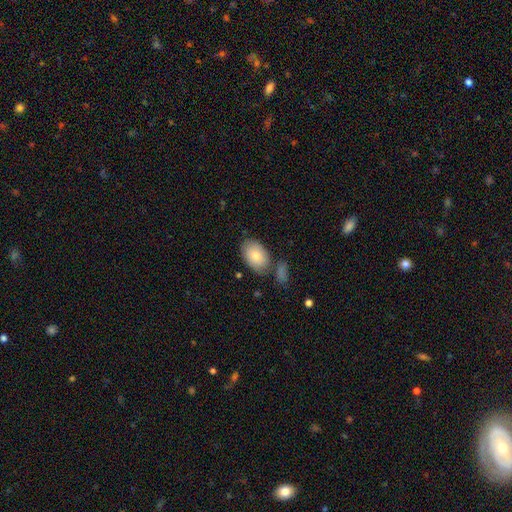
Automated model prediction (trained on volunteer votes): This is likely a smooth galaxy (80%). How rounded: clearly in between (90%). Merging: likely none (69%).